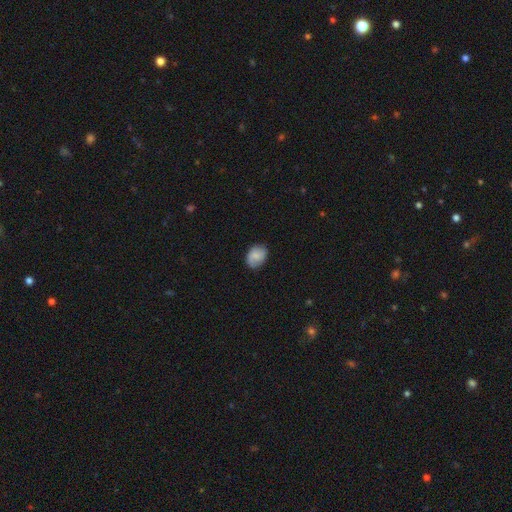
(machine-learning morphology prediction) smooth_or_featured: smooth (p=0.65) [alt: featured or disk p=0.27]
how_rounded: in between (p=0.58) [alt: round p=0.41]
merging: none (p=0.77) [alt: minor disturbance p=0.18]